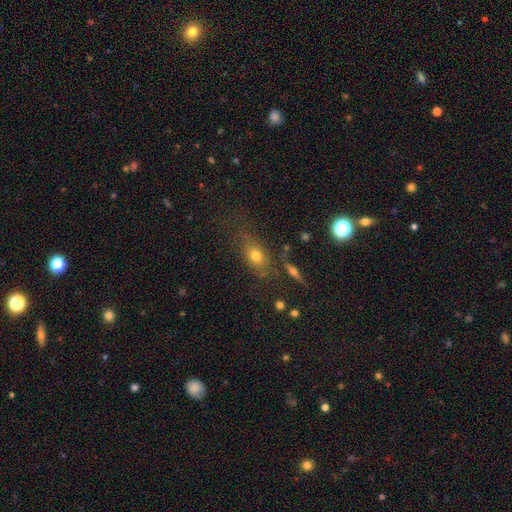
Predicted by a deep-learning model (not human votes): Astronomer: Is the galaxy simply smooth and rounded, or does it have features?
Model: smooth — 67%.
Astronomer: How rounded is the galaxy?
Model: in between — 64%.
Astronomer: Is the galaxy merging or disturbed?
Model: none — 63%.